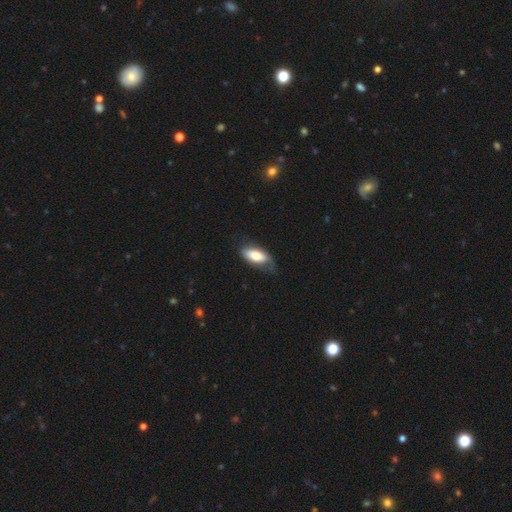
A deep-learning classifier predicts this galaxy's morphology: smooth_or_featured: smooth (p=0.72) [alt: featured or disk p=0.23]
how_rounded: in between (p=0.85) [alt: cigar-shaped p=0.12]
merging: none (p=0.51) [alt: minor disturbance p=0.33]